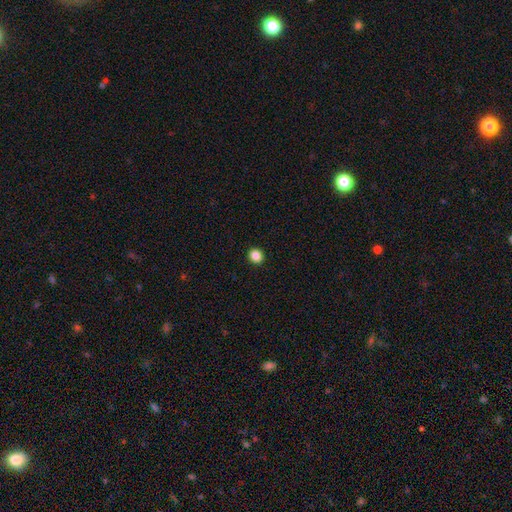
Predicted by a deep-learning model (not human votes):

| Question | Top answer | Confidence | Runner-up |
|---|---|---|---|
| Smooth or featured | smooth | 87% | star or artifact (10%) |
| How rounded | round | 87% | in between (12%) |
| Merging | none | 93% | minor disturbance (4%) |